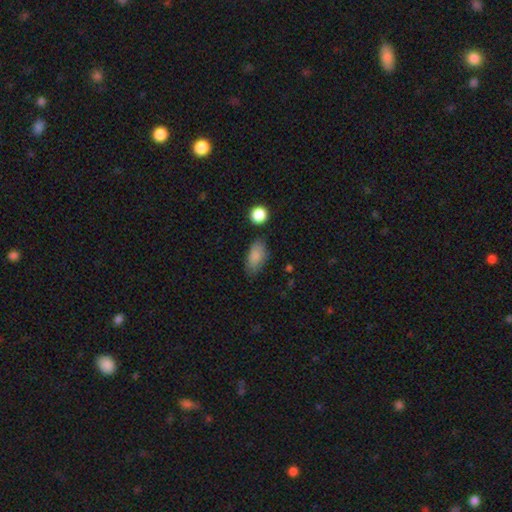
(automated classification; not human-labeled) Smooth or featured: smooth — 84% (featured or disk — 8%)
How rounded: in between — 90% (cigar-shaped — 5%)
Merging: none — 71% (minor disturbance — 21%)